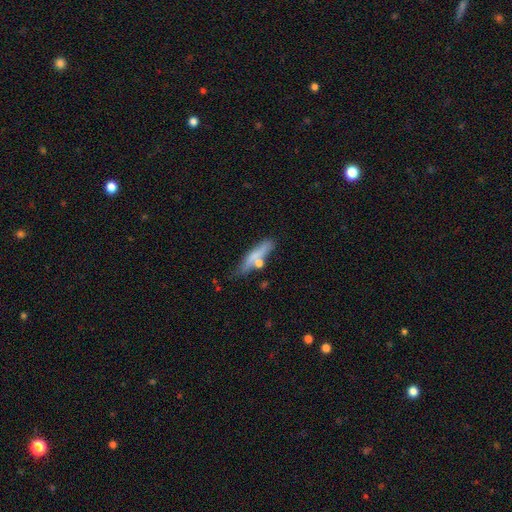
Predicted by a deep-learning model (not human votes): smooth 62%, featured or disk 31%, star or artifact 7%. Down the decision tree: how rounded — cigar-shaped (80%); merging — none (60%).